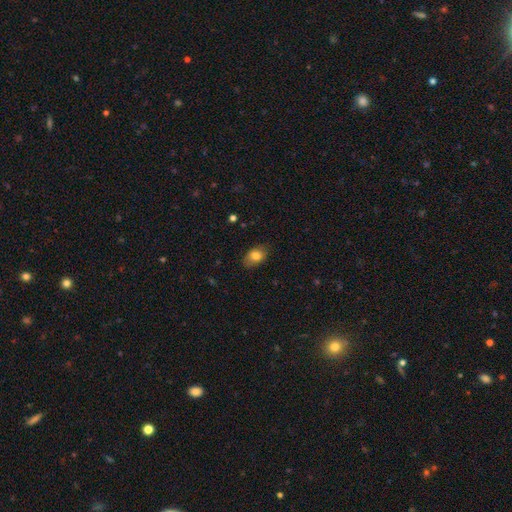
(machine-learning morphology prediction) A smooth galaxy with no disk features (81%) that is in between round and cigar-shaped (80%). Merging: none (79%).